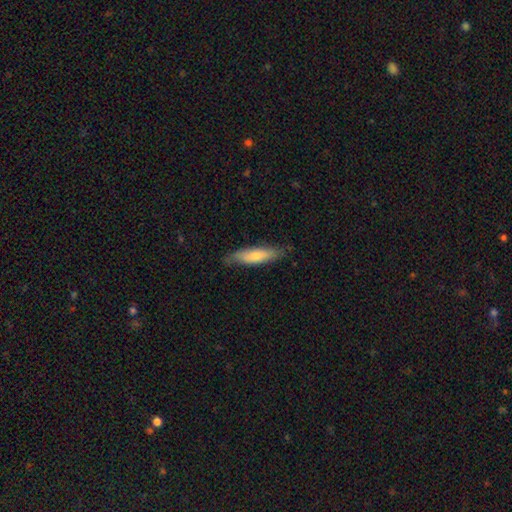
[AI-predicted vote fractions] This appears to be a smooth galaxy with no disk features (70%) that is cigar-shaped (66%). Merging: none (75%).